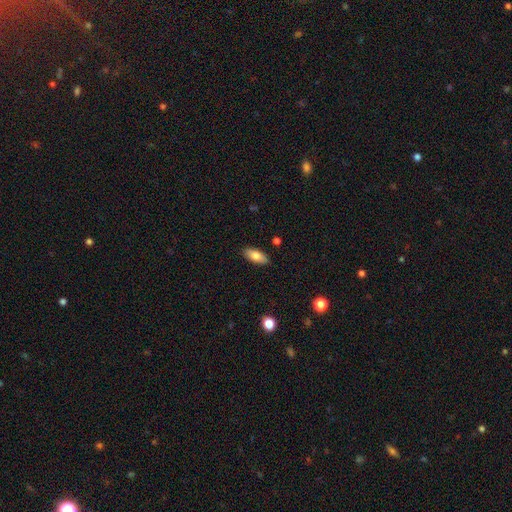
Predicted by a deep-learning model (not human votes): A smooth galaxy with no disk features (81%) that is in between round and cigar-shaped (83%). Merging: none (88%).